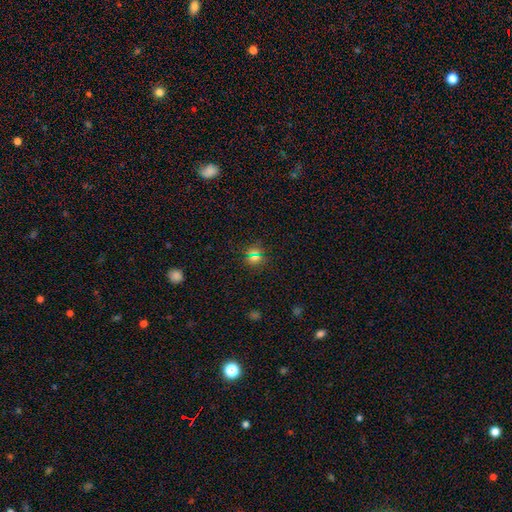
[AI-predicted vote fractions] smooth 53%, star or artifact 38%, featured or disk 8%. Down the decision tree: how rounded — round (86%); merging — none (84%).